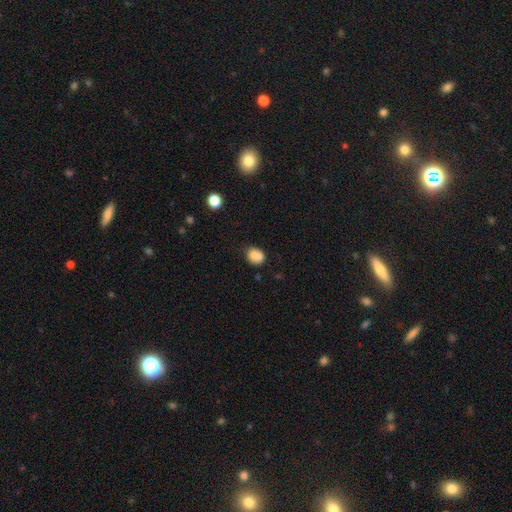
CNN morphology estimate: The model was most divided on "how rounded": round: 60%, in between: 39%, cigar-shaped: 1%. More confident: smooth or featured — smooth (80%); merging — none (53%).